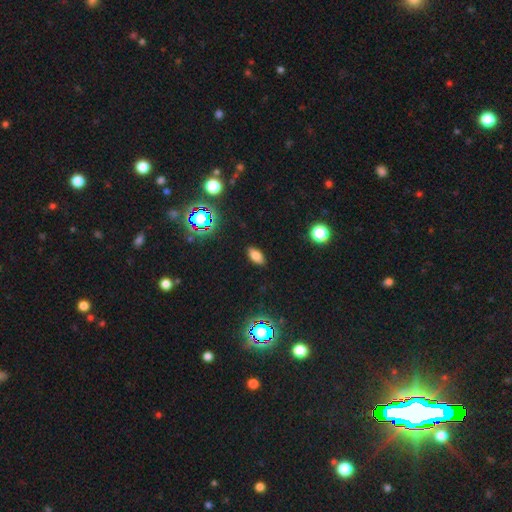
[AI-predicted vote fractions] smooth_or_featured: smooth (p=0.72) [alt: star or artifact p=0.19]
how_rounded: in between (p=0.91) [alt: round p=0.05]
merging: none (p=0.88) [alt: minor disturbance p=0.08]